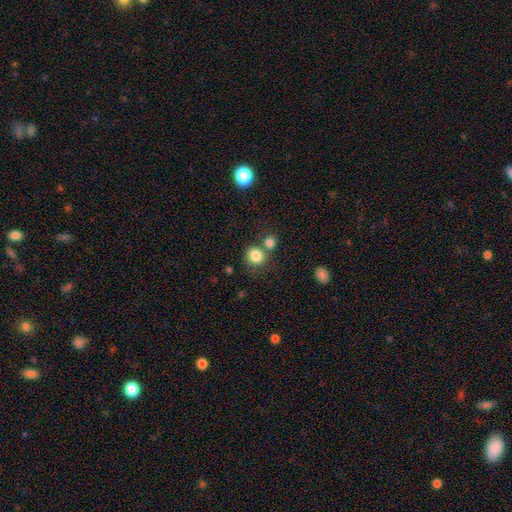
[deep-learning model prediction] Overall: smooth (83%). How rounded: round (83%). Merging: none (58%; merger 28%).